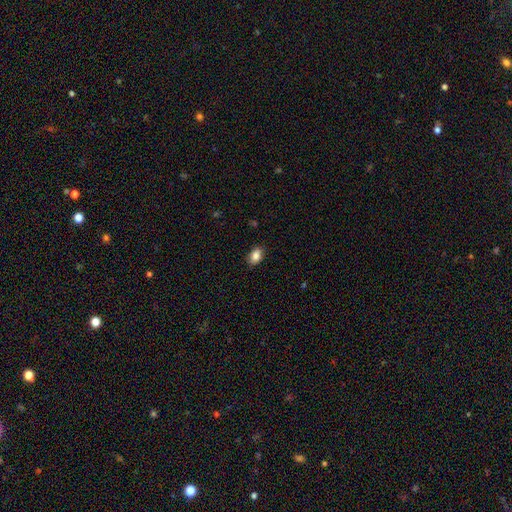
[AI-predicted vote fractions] Smooth or featured? Predicted: smooth (p=0.87). How rounded? Predicted: in between (p=0.85). Merging? Predicted: none (p=0.87).